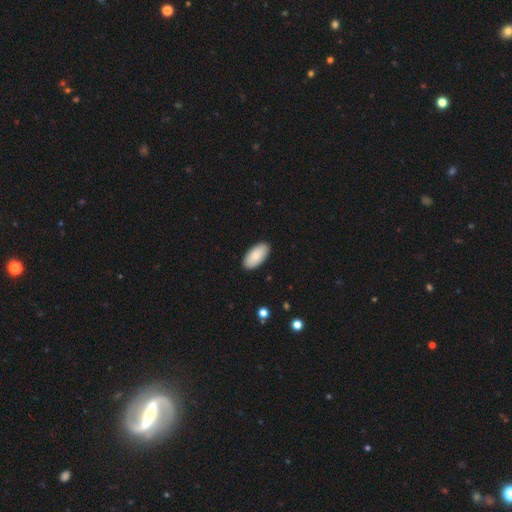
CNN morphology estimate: Smooth or featured? Predicted: smooth (p=0.87). How rounded? Predicted: in between (p=0.95). Merging? Predicted: none (p=0.90).